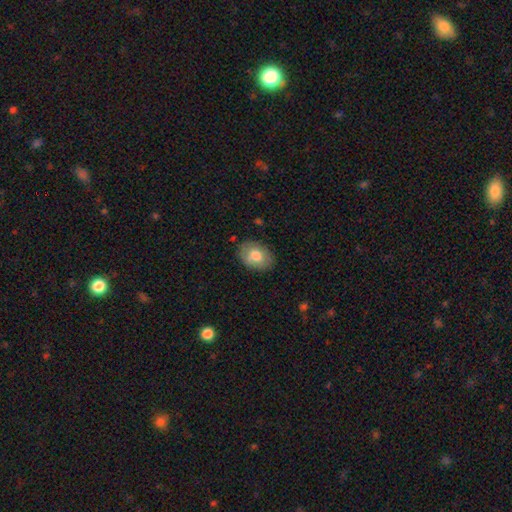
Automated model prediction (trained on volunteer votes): Smooth or featured? Predicted: smooth (p=0.76). How rounded? Predicted: in between (p=0.76). Merging? Predicted: none (p=0.83).